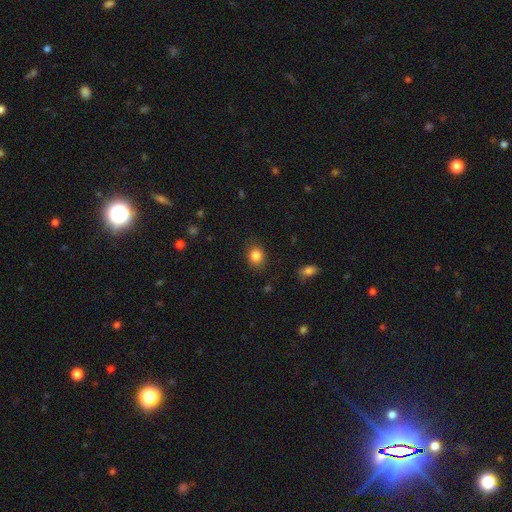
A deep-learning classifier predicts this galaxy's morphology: smooth-or-featured: smooth: 84% | star or artifact: 10% | featured or disk: 6%
  how-rounded: round: 59% | in between: 41% | cigar-shaped: 1%
  merging: none: 84% | minor disturbance: 12% | major disturbance: 3% | merger: 1%